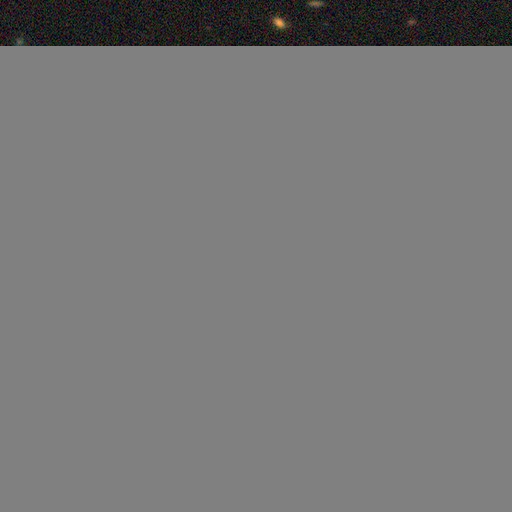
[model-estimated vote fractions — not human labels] The model was most divided on "merging": none: 82%, minor disturbance: 14%, major disturbance: 3%, merger: 2%. More confident: how rounded — in between (92%); smooth or featured — smooth (87%).